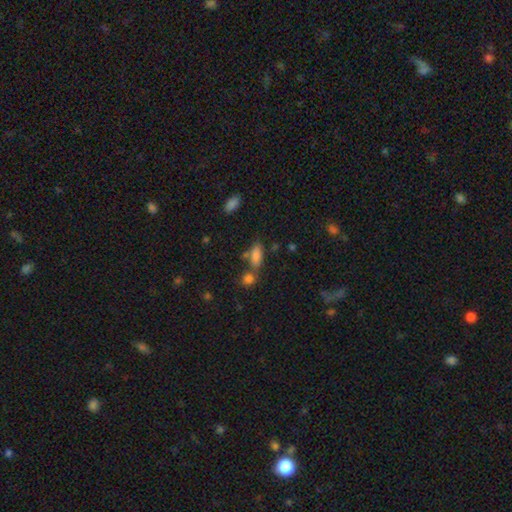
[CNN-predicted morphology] This is clearly a smooth galaxy (80%). How rounded: likely in between (76%). Merging: possibly none (57%).